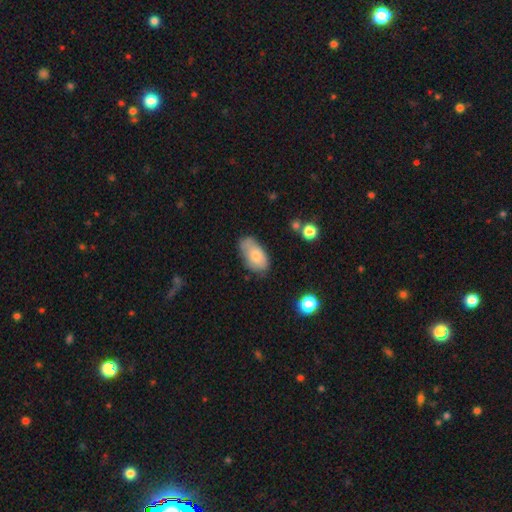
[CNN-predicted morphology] The model was most divided on "merging": none: 55%, minor disturbance: 32%, major disturbance: 8%, merger: 5%. More confident: how rounded — in between (93%); smooth or featured — smooth (75%).